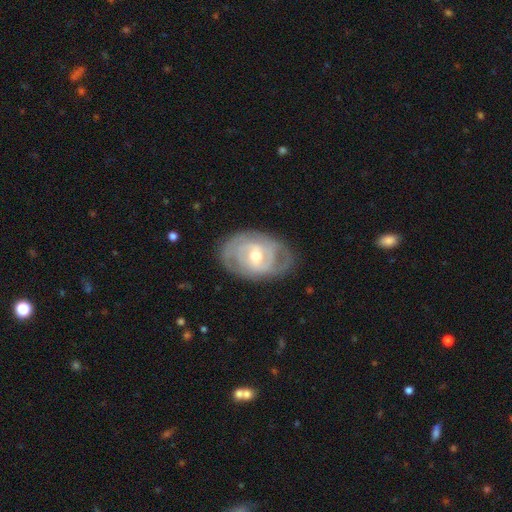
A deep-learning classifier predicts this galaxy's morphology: featured or disk 83%, smooth 12%, star or artifact 5%. Down the decision tree: edge-on disk — no (96%); bar — weak (49%); spiral arms — yes (89%); spiral arm count — 2 (44%); spiral winding — tight (62%); bulge size — moderate (63%); merging — none (76%).